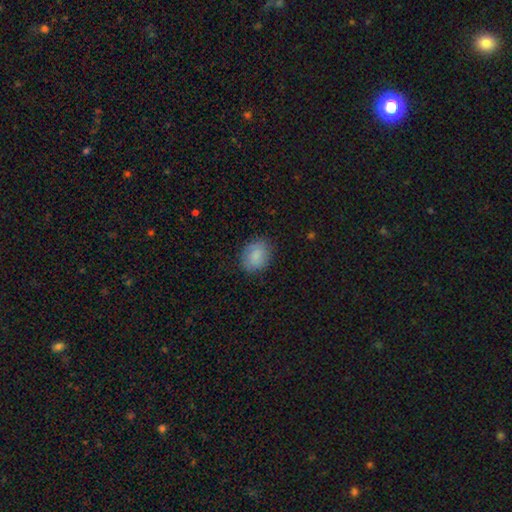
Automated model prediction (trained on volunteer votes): This is clearly a smooth galaxy (85%). How rounded: possibly round (53%). Merging: clearly none (81%).